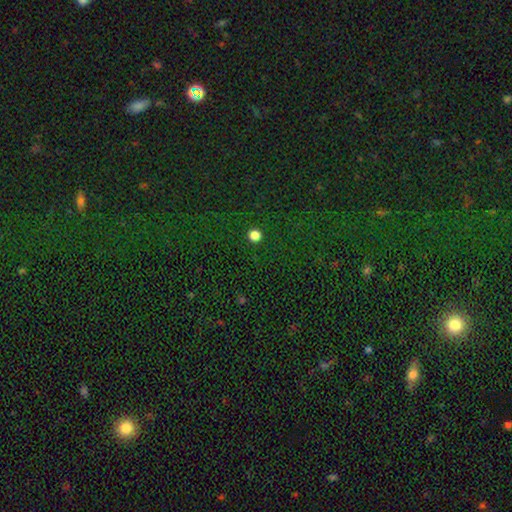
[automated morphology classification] This appears to be a star or artifact, not a galaxy (75%).